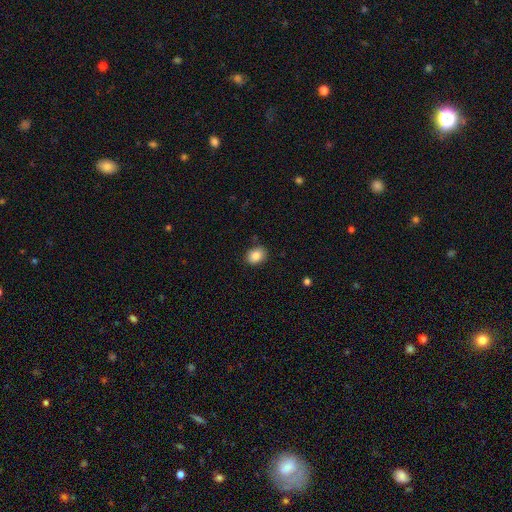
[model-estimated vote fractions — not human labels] A smooth galaxy with no disk features (86%) that is in between round and cigar-shaped (54%).

Vote fractions:
- Smooth or featured? smooth: 86% / star or artifact: 9% / featured or disk: 6%
- How rounded? in between: 54% / round: 45% / cigar-shaped: 1%
- Merging? none: 85% / minor disturbance: 11% / major disturbance: 2% / merger: 2%